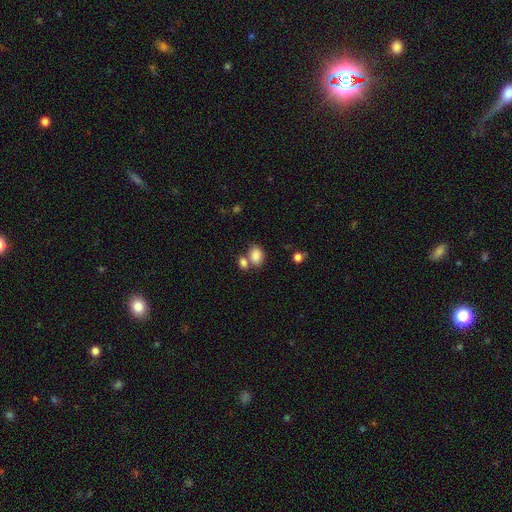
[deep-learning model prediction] A smooth galaxy with no disk features (84%) that is in between round and cigar-shaped (77%). Merging: none (45%).